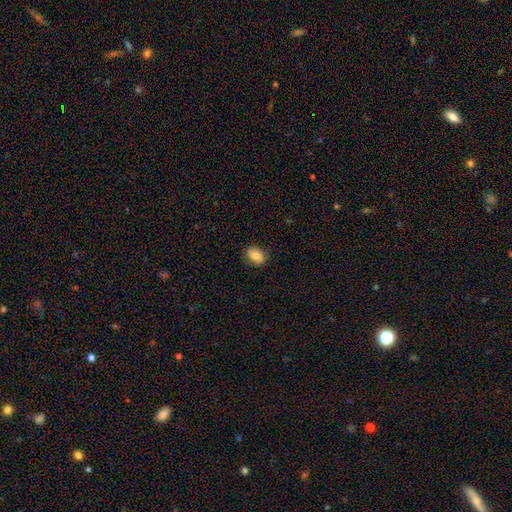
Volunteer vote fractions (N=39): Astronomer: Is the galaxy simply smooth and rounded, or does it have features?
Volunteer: smooth — 72%.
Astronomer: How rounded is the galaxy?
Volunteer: in between — 96%.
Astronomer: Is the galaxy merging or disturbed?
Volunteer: none — 74%.